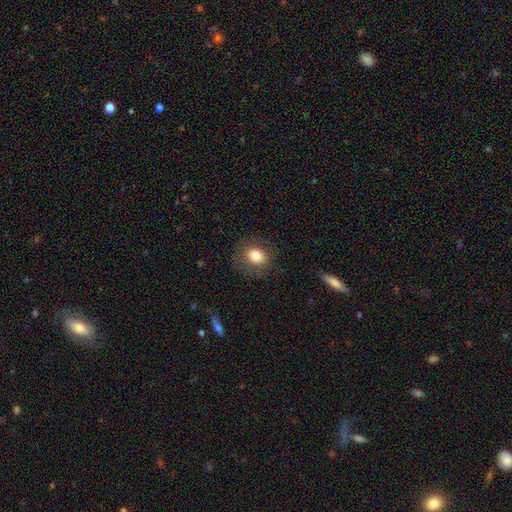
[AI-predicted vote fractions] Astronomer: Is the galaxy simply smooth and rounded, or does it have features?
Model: smooth — 80%.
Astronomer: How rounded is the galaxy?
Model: round — 56% (runner-up: in between, 43%).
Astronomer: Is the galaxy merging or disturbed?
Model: none — 82%.